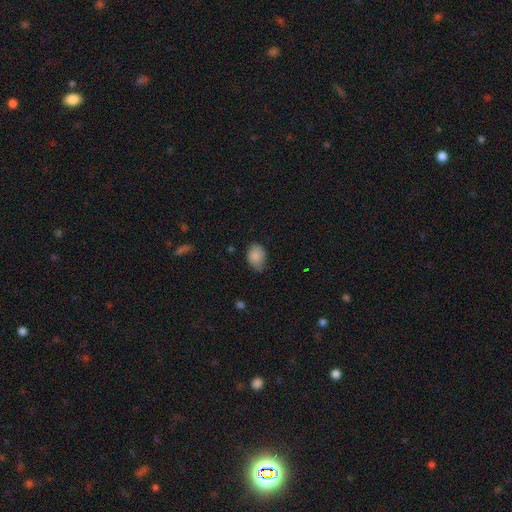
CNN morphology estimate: smooth_or_featured: smooth (p=0.85) [alt: star or artifact p=0.08]
how_rounded: in between (p=0.71) [alt: round p=0.28]
merging: none (p=0.51) [alt: minor disturbance p=0.40]